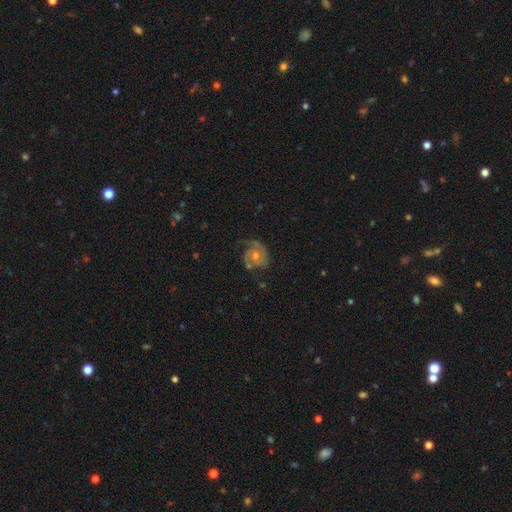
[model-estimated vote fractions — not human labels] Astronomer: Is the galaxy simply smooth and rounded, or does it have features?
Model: featured or disk — 81%.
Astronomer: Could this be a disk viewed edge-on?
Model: no — 98%.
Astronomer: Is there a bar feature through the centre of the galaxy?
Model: no — 75%.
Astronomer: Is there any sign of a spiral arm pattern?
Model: yes — 95%.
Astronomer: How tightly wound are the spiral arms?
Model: tight — 51% (runner-up: medium, 38%).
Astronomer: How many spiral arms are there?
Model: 2 — 58%.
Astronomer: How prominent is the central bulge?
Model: moderate — 58% (runner-up: small, 38%).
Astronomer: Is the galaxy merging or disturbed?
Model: none — 68%.